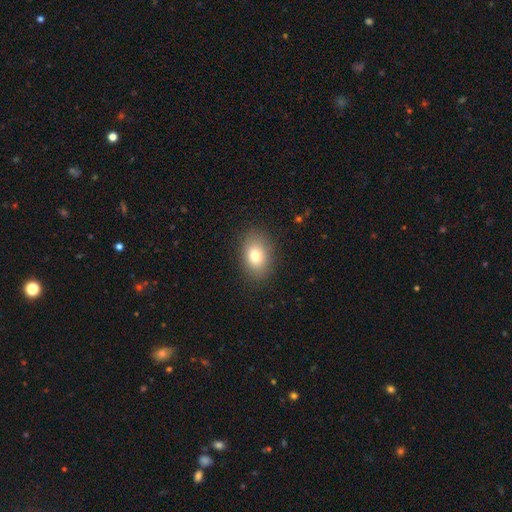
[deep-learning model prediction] Smooth or featured?
  - smooth: 77% *
  - featured or disk: 13%
  - star or artifact: 10%
How rounded?
  - in between: 78% *
  - round: 20%
  - cigar-shaped: 1%
Merging?
  - none: 86% *
  - minor disturbance: 9%
  - major disturbance: 3%
  - merger: 1%